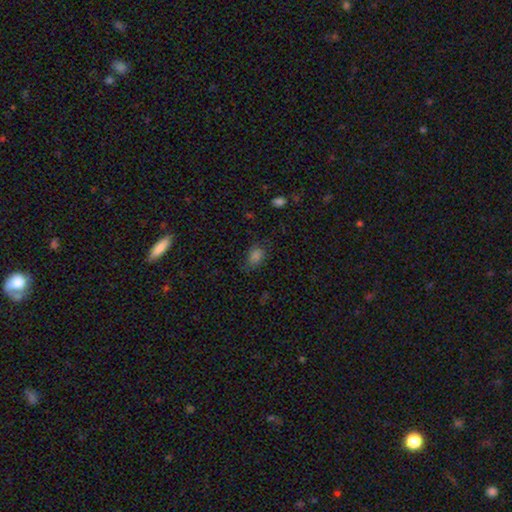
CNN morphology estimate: Smooth or featured? smooth (78%)
How rounded? in between (73%)
Merging? none (73%)